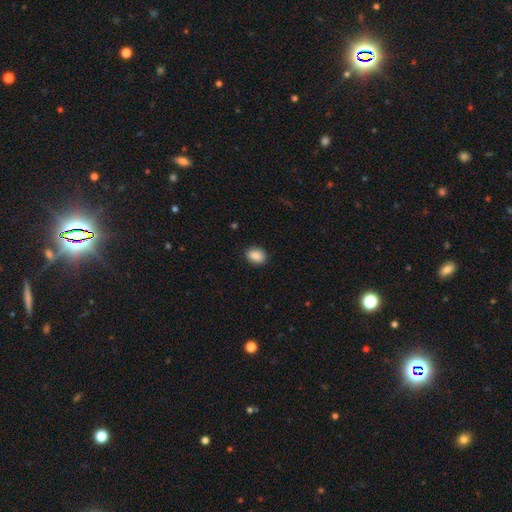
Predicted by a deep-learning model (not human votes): smooth-or-featured: smooth: 88% | star or artifact: 8% | featured or disk: 5%
  how-rounded: in between: 68% | round: 31% | cigar-shaped: 1%
  merging: none: 85% | minor disturbance: 12% | major disturbance: 2% | merger: 1%